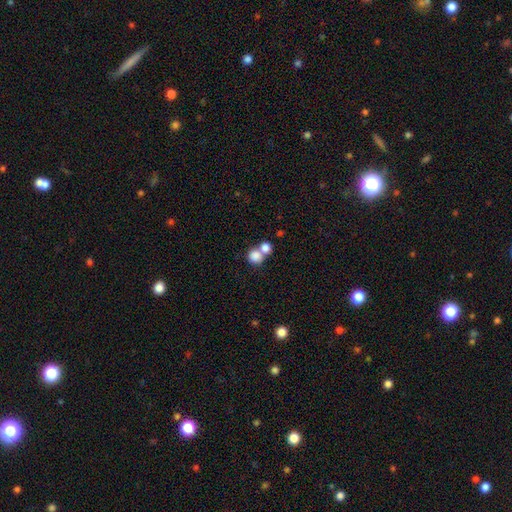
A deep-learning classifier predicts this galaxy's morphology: smooth-or-featured: smooth: 82% | star or artifact: 10% | featured or disk: 9%
  how-rounded: round: 83% | in between: 16% | cigar-shaped: 1%
  merging: merger: 51% | none: 39% | minor disturbance: 7% | major disturbance: 4%